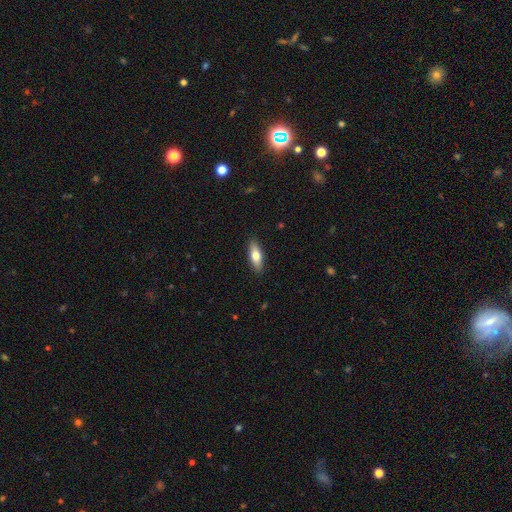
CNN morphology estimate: type=smooth (70%); roundness=in between (62%); merging=none (89%).